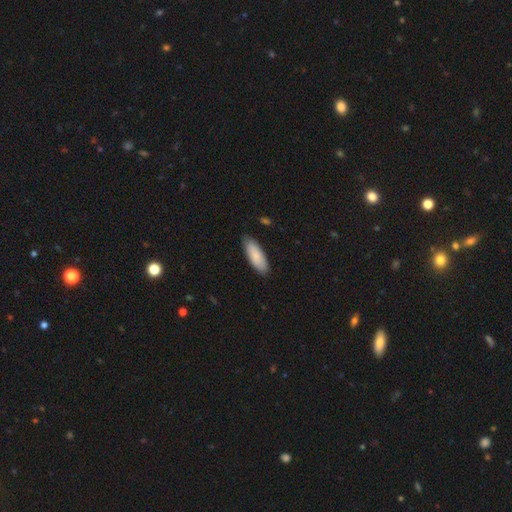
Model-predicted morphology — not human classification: Smooth or featured? Predicted: smooth (p=0.86). How rounded? Predicted: in between (p=0.68). Merging? Predicted: none (p=0.85).